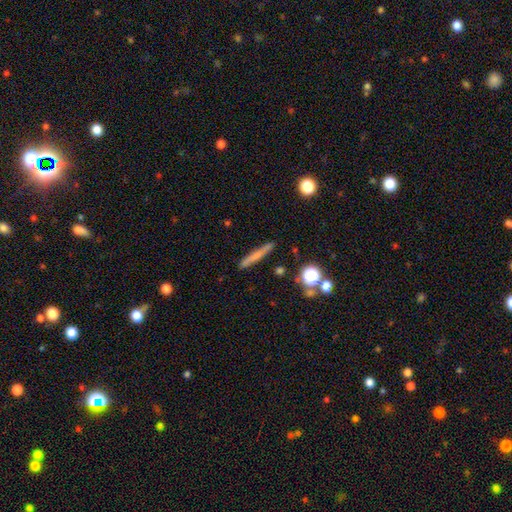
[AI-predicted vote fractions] Smooth or featured: smooth — 59% (featured or disk — 32%)
How rounded: cigar-shaped — 91% (in between — 5%)
Merging: none — 87% (minor disturbance — 9%)